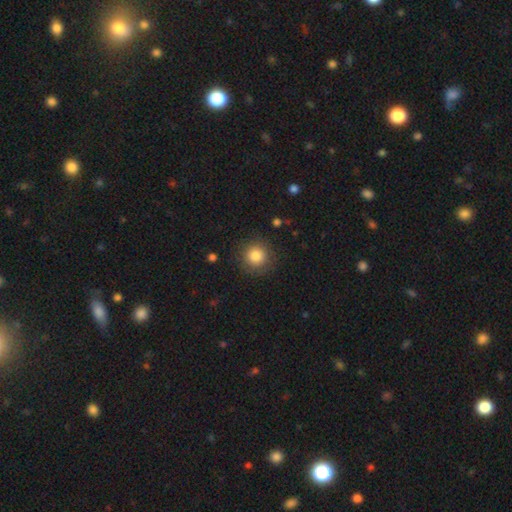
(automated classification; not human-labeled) Q: Smooth or featured?
A: smooth (83%); runner-up: star or artifact (10%)
Q: How rounded?
A: round (94%); runner-up: in between (5%)
Q: Merging?
A: none (87%); runner-up: minor disturbance (8%)